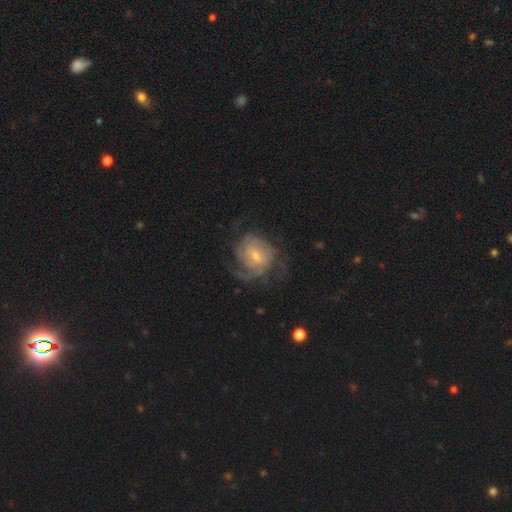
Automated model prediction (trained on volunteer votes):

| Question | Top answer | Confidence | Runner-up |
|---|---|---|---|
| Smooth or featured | featured or disk | 77% | smooth (15%) |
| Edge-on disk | no | 97% | yes (3%) |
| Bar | no | 49% | weak (42%) |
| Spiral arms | yes | 91% | no (9%) |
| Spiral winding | tight | 53% | medium (34%) |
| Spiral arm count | can't tell | 43% | 3 (18%) |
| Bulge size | small | 58% | moderate (36%) |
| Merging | none | 60% | minor disturbance (19%) |